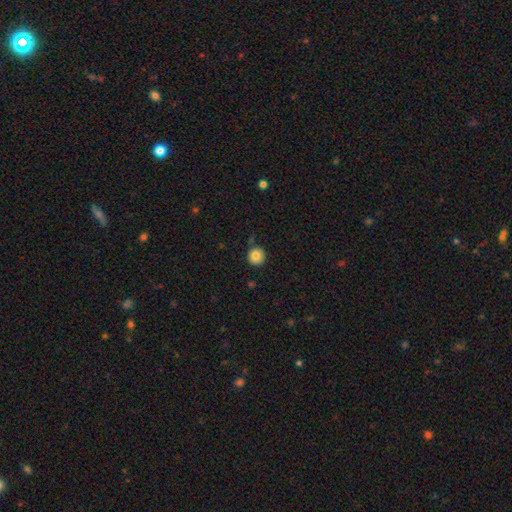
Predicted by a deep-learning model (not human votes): Smooth or featured: smooth — 82% (star or artifact — 10%)
How rounded: round — 94% (in between — 5%)
Merging: none — 85% (minor disturbance — 10%)